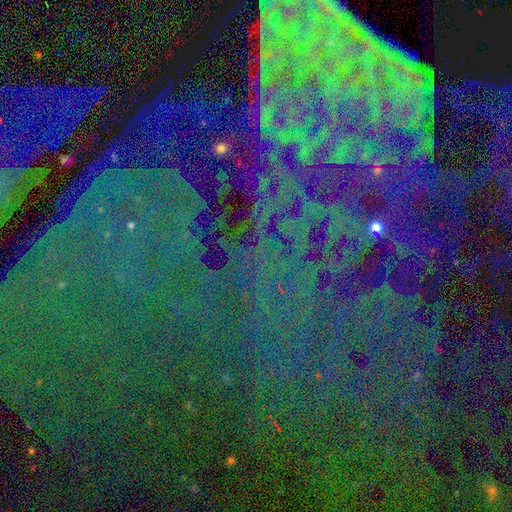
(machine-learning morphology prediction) Smooth or featured: star or artifact — 81% (featured or disk — 10%)